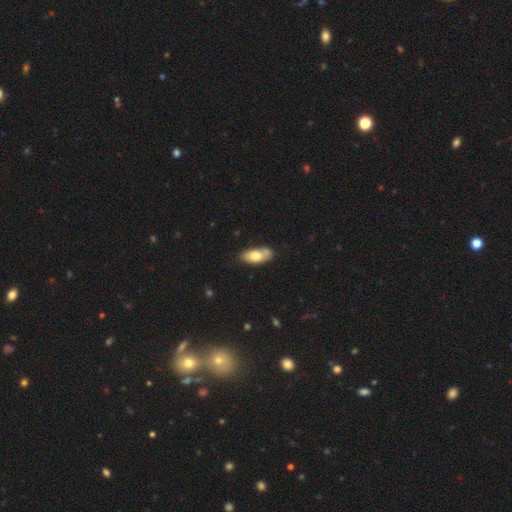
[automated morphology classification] smooth-or-featured: smooth: 72% | featured or disk: 22% | star or artifact: 6%
  how-rounded: in between: 89% | cigar-shaped: 8% | round: 3%
  merging: none: 69% | minor disturbance: 20% | merger: 7% | major disturbance: 4%